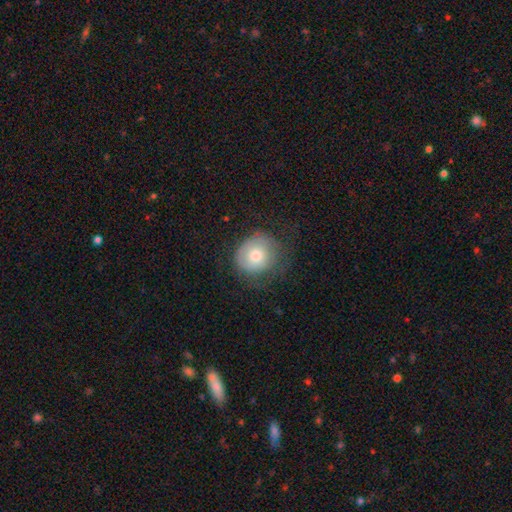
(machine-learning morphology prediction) smooth 70%, featured or disk 22%, star or artifact 8%. Down the decision tree: how rounded — round (80%); merging — none (59%).